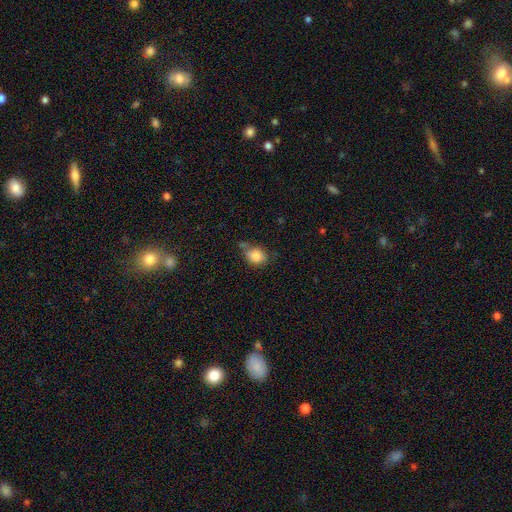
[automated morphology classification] A smooth galaxy with no disk features (83%) that is in between round and cigar-shaped (55%). Merging: none (52%).